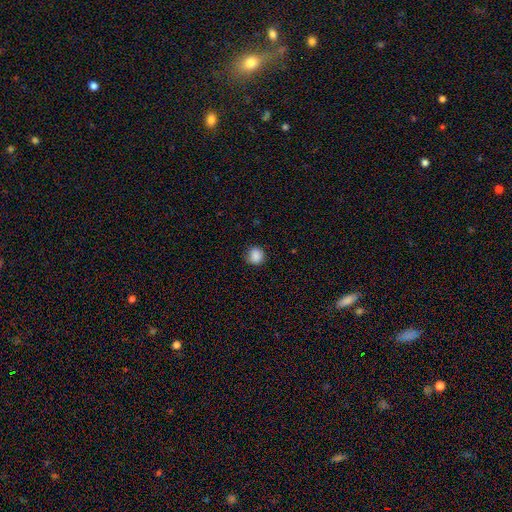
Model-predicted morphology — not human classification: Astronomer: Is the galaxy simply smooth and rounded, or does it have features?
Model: smooth — 87%.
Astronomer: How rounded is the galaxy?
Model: round — 90%.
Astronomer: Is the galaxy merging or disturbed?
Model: none — 85%.